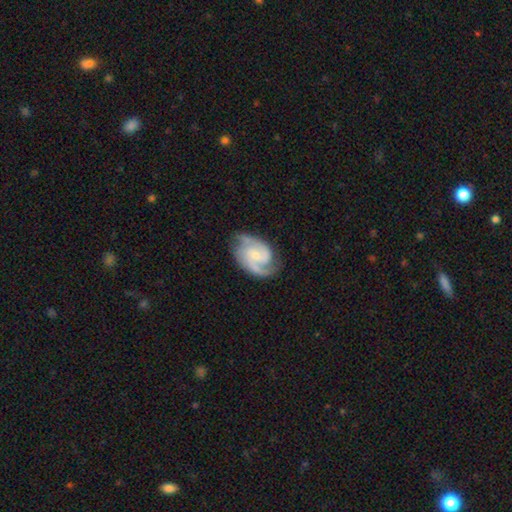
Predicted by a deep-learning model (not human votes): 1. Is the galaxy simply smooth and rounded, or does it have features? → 88% featured or disk, 8% smooth, 4% star or artifact.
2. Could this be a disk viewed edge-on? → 98% no, 2% yes.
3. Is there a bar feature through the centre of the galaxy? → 52% no, 41% weak, 8% strong.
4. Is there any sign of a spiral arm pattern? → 98% yes, 2% no.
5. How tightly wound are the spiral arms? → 53% medium, 36% tight, 12% loose.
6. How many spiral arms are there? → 80% 2, 9% 3, 5% can't tell, 3% 1, 2% 4, 2% more than 4.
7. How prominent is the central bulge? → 63% small, 28% moderate, 7% none, 2% large, 1% dominant.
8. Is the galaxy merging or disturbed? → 74% none, 18% minor disturbance, 6% major disturbance, 1% merger.